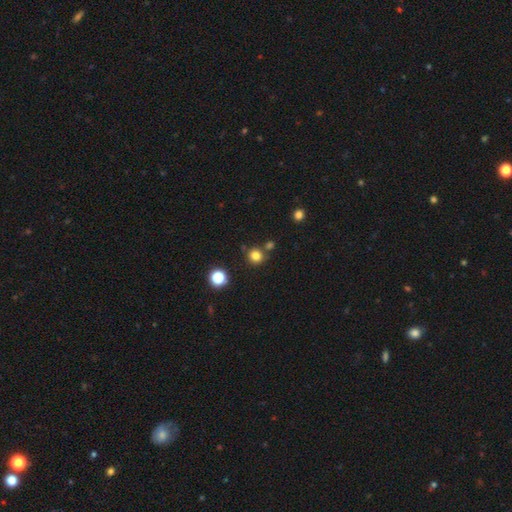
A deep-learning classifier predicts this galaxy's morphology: Q: Smooth or featured?
A: smooth (79%); runner-up: star or artifact (15%)
Q: How rounded?
A: round (91%); runner-up: in between (8%)
Q: Merging?
A: none (78%); runner-up: merger (11%)